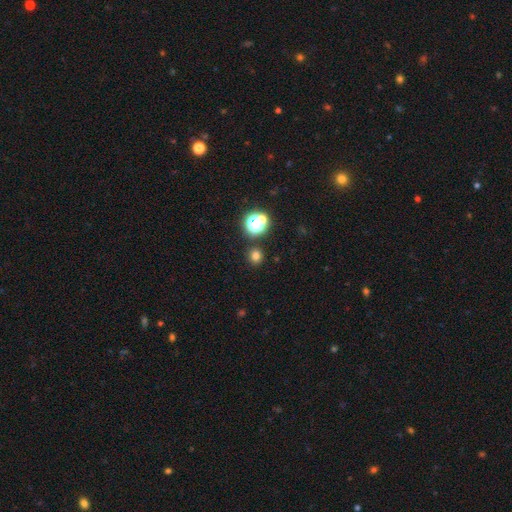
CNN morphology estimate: This appears to be a smooth galaxy with no disk features (71%) that is round (87%). Merging: none (87%).